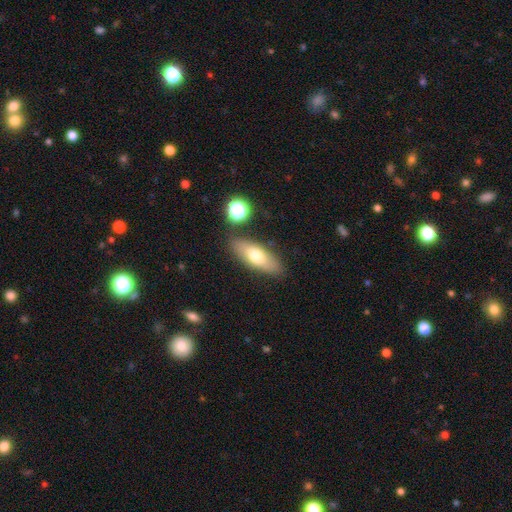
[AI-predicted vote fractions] This appears to be a smooth galaxy with no disk features (68%) that is in between round and cigar-shaped (68%). Merging: none (81%).